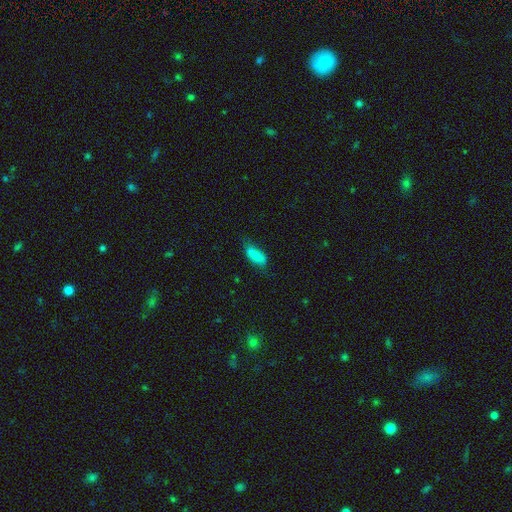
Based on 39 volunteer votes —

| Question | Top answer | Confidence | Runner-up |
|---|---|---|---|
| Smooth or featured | smooth | 69% | featured or disk (28%) |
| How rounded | in between | 89% | cigar-shaped (7%) |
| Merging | none | 58% | minor disturbance (37%) |